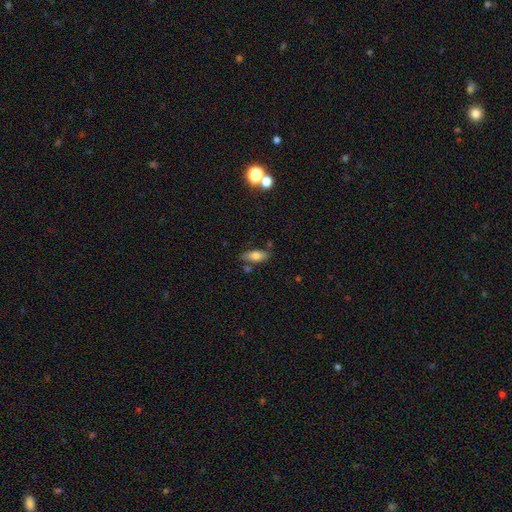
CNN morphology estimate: smooth_or_featured: smooth (p=0.75) [alt: featured or disk p=0.16]
how_rounded: in between (p=0.79) [alt: cigar-shaped p=0.18]
merging: none (p=0.70) [alt: minor disturbance p=0.17]